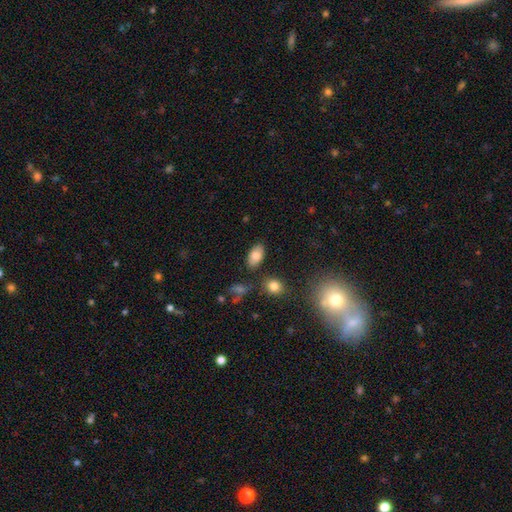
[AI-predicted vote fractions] This appears to be a smooth galaxy with no disk features (81%) that is in between round and cigar-shaped (93%). Merging: none (83%).